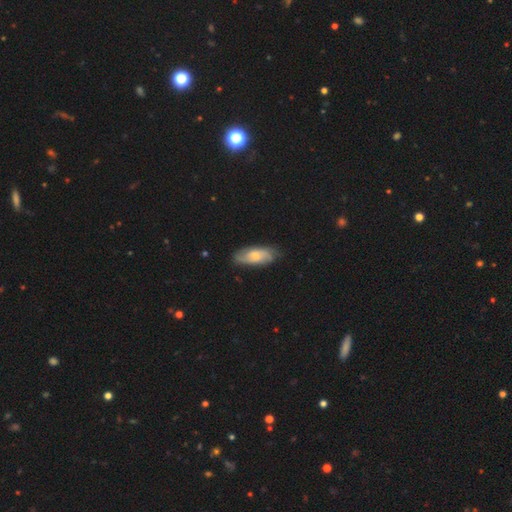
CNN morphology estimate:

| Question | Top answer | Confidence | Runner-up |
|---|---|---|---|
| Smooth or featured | featured or disk | 51% | smooth (43%) |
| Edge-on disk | no | 87% | yes (13%) |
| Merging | none | 75% | minor disturbance (19%) |